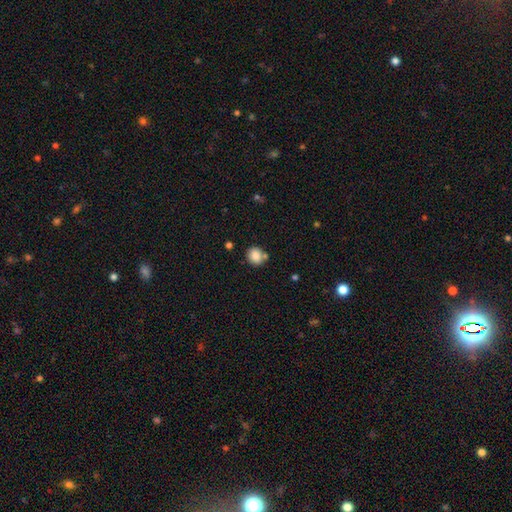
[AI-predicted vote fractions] Morphology: type=smooth (85%); roundness=round (76%); merging=none (68%).